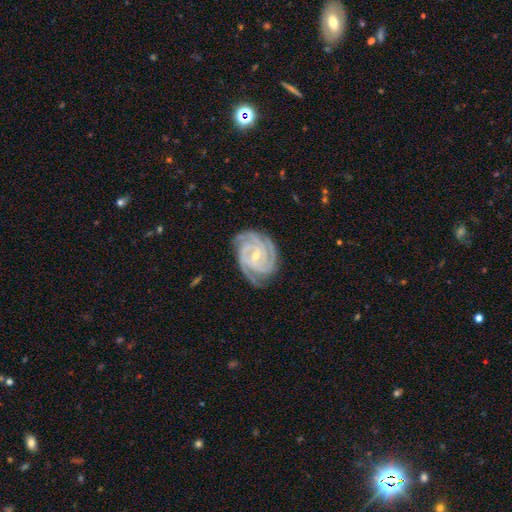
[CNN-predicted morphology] This is clearly a featured or disk galaxy (93%). It is clearly not viewed edge-on (98%). Bar: marginally no (42%). Spiral arm pattern: clearly yes (99%). Spiral arm count: marginally 3 (38%). Spiral winding: likely tight (80%). Central bulge: likely small (66%). Merging: likely none (79%).